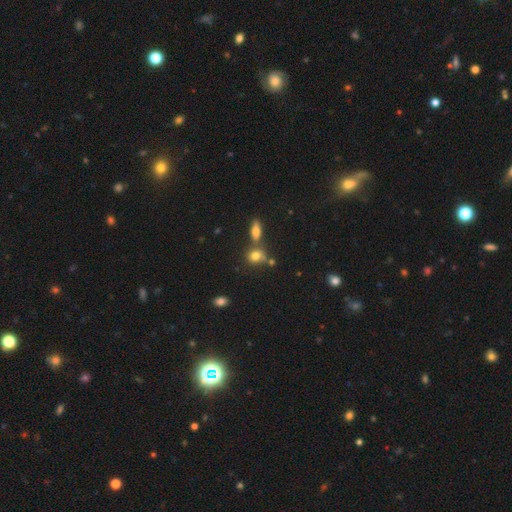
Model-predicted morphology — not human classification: Overall: smooth (76%). How rounded: round (65%; in between 32%). Merging: none (53%; merger 30%).